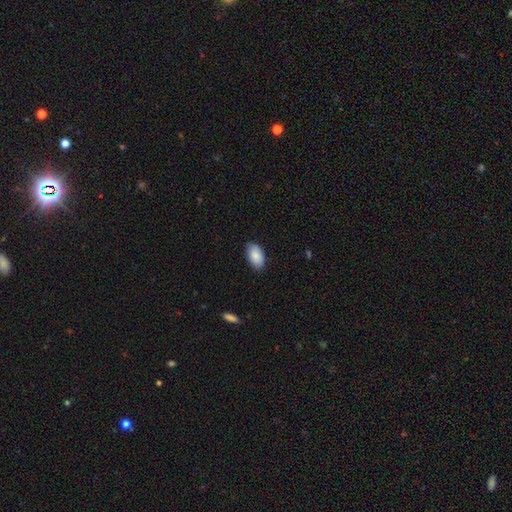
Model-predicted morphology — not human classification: Smooth or featured? Predicted: smooth (p=0.86). How rounded? Predicted: in between (p=0.94). Merging? Predicted: none (p=0.81).